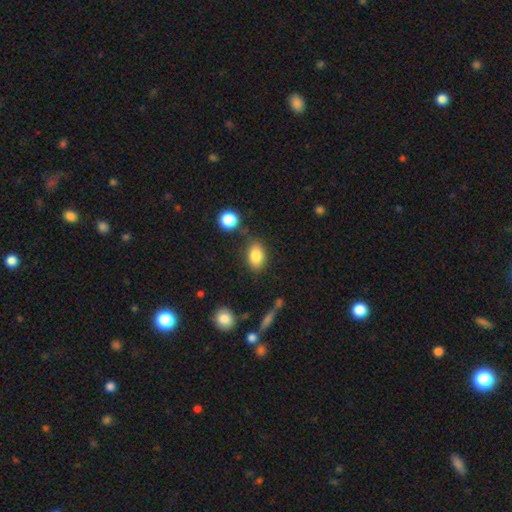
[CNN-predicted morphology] The model was most divided on "merging": none: 76%, minor disturbance: 14%, merger: 6%, major disturbance: 4%. More confident: how rounded — in between (85%); smooth or featured — smooth (84%).